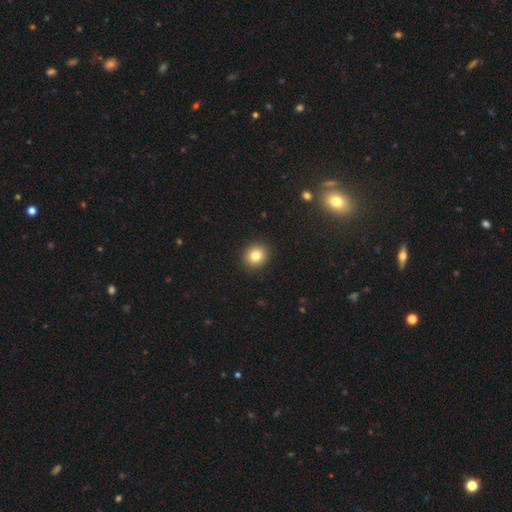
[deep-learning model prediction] This is clearly a smooth galaxy (82%). How rounded: clearly round (83%). Merging: clearly none (92%).